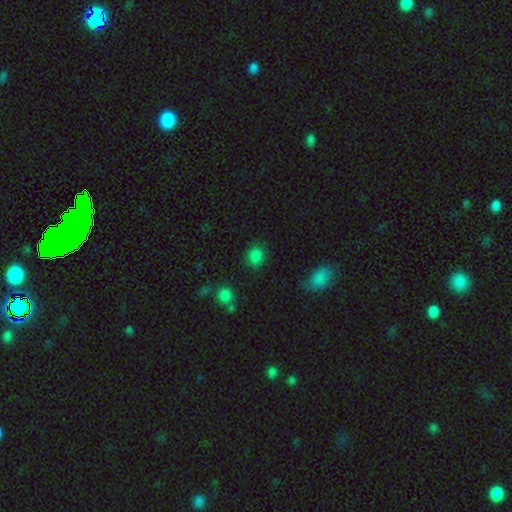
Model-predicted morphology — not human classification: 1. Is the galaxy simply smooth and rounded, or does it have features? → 84% smooth, 12% star or artifact, 4% featured or disk.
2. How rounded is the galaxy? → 77% round, 21% in between, 1% cigar-shaped.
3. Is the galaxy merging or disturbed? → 85% none, 10% minor disturbance, 3% major disturbance, 2% merger.